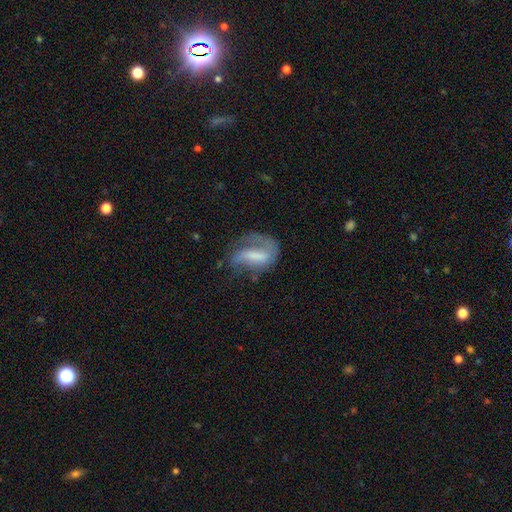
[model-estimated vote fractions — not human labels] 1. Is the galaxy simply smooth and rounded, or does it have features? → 61% featured or disk, 31% smooth, 8% star or artifact.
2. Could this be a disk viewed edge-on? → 94% no, 6% yes.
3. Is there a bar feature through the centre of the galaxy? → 42% strong, 37% weak, 21% no.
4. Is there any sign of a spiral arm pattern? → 77% yes, 23% no.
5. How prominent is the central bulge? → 33% none, 28% moderate, 24% small, 13% large, 2% dominant.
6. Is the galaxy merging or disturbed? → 40% none, 33% major disturbance, 24% minor disturbance, 3% merger.